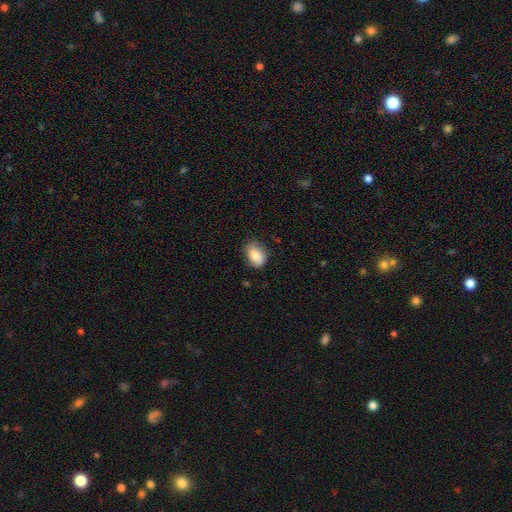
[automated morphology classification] A smooth galaxy with no disk features (83%) that is in between round and cigar-shaped (78%).

Vote fractions:
- Smooth or featured? smooth: 83% / featured or disk: 9% / star or artifact: 8%
- How rounded? in between: 78% / round: 20% / cigar-shaped: 1%
- Merging? none: 69% / minor disturbance: 25% / major disturbance: 5% / merger: 1%